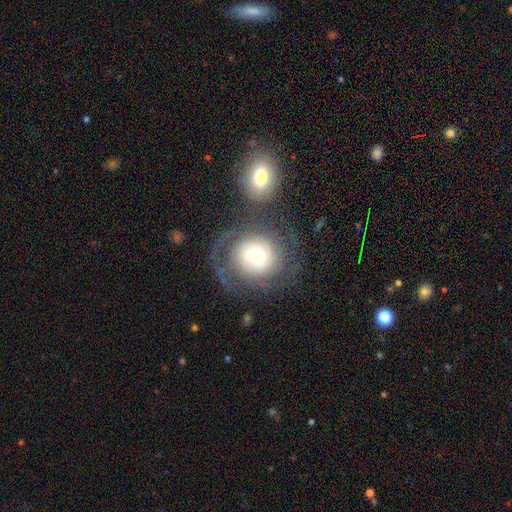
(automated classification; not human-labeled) Smooth or featured? Predicted: featured or disk (p=0.67). Edge-on disk? Predicted: no (p=0.97). Bar? Predicted: no (p=0.54). Spiral arms? Predicted: yes (p=0.84). Spiral winding? Predicted: tight (p=0.60). Spiral arm count? Predicted: 2 (p=0.45). Bulge size? Predicted: moderate (p=0.58). Merging? Predicted: none (p=0.60).